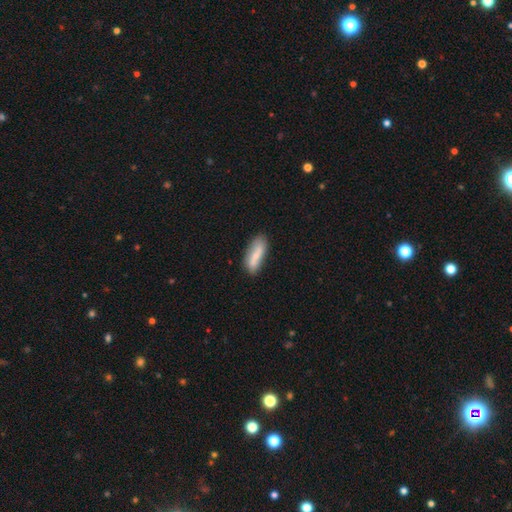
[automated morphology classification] smooth_or_featured: smooth (p=0.65) [alt: featured or disk p=0.28]
how_rounded: in between (p=0.61) [alt: cigar-shaped p=0.37]
merging: none (p=0.71) [alt: minor disturbance p=0.19]